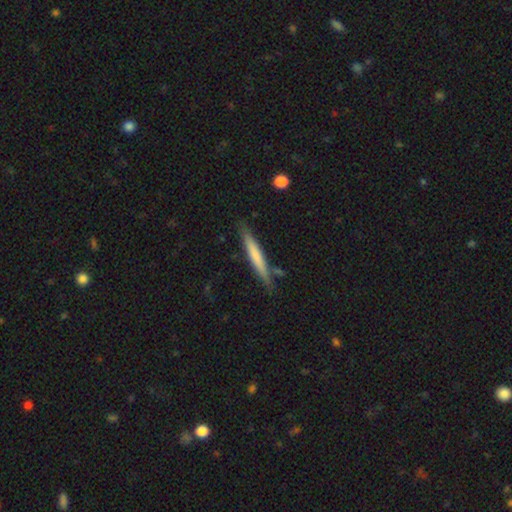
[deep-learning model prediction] The model was most divided on "smooth or featured": smooth: 63%, featured or disk: 32%, star or artifact: 5%. More confident: how rounded — cigar-shaped (95%); merging — none (83%).